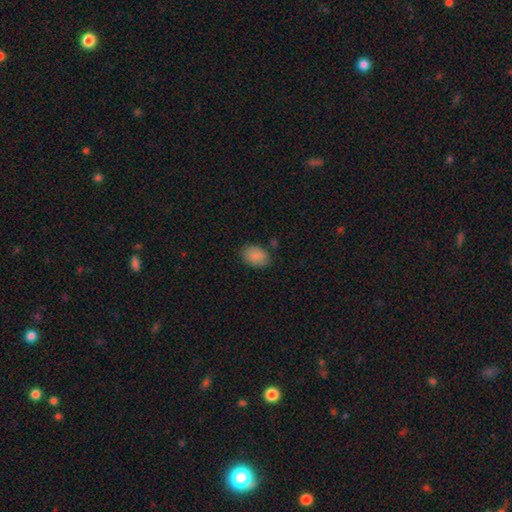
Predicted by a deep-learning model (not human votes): The model was most divided on "how rounded": in between: 77%, round: 22%, cigar-shaped: 1%. More confident: smooth or featured — smooth (88%); merging — none (79%).